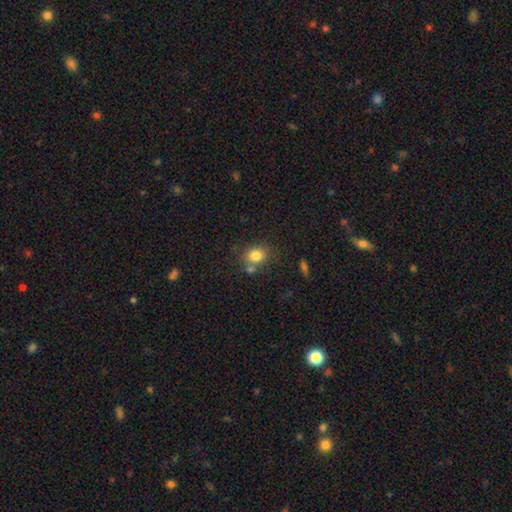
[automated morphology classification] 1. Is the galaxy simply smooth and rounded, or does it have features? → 81% smooth, 11% star or artifact, 8% featured or disk.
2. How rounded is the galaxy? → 62% round, 37% in between, 1% cigar-shaped.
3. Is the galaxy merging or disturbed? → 65% none, 18% merger, 13% minor disturbance, 4% major disturbance.